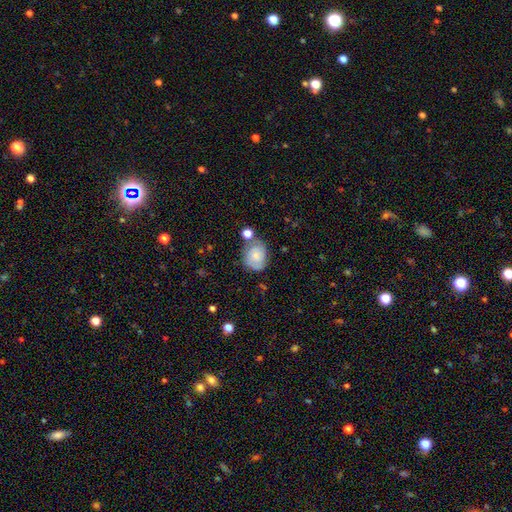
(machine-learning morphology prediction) smooth-or-featured: smooth: 59% | featured or disk: 32% | star or artifact: 9%
  how-rounded: in between: 56% | round: 43% | cigar-shaped: 1%
  merging: none: 55% | minor disturbance: 23% | merger: 14% | major disturbance: 8%